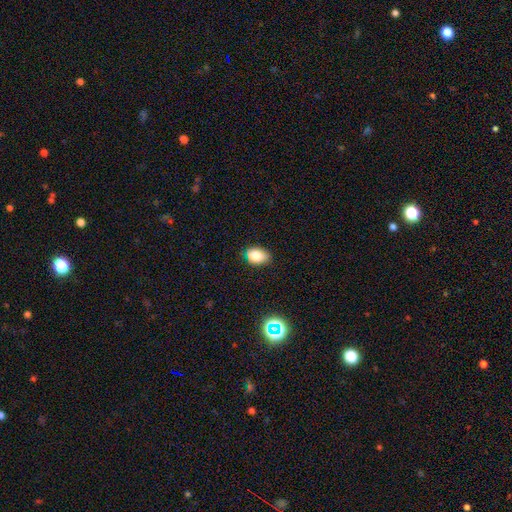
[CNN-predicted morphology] A smooth galaxy with no disk features (81%) that is in between round and cigar-shaped (78%).

Vote fractions:
- Smooth or featured? smooth: 81% / star or artifact: 11% / featured or disk: 8%
- How rounded? in between: 78% / round: 21% / cigar-shaped: 1%
- Merging? none: 76% / minor disturbance: 19% / major disturbance: 3% / merger: 2%